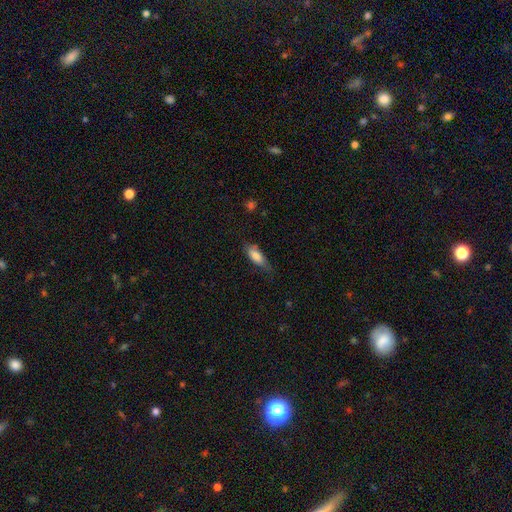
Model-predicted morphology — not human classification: This appears to be a smooth galaxy with no disk features (80%) that is in between round and cigar-shaped (69%). Merging: none (54%).